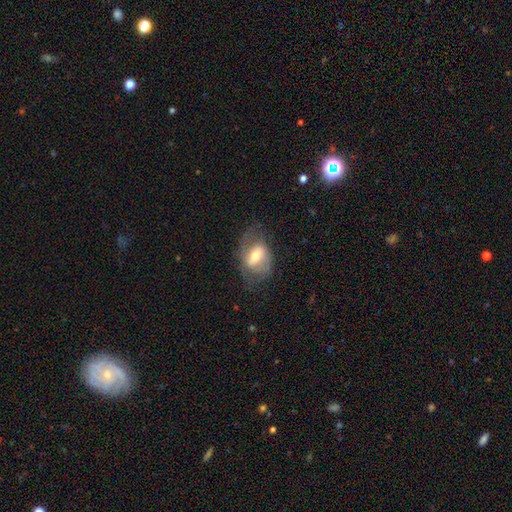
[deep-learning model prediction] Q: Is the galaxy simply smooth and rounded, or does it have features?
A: featured or disk — 55%.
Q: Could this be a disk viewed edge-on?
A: no — 93%.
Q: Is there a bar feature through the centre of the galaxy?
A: weak — 43%.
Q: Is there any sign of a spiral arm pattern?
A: yes — 65%.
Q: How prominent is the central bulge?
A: moderate — 60%.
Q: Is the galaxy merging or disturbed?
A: none — 60%.